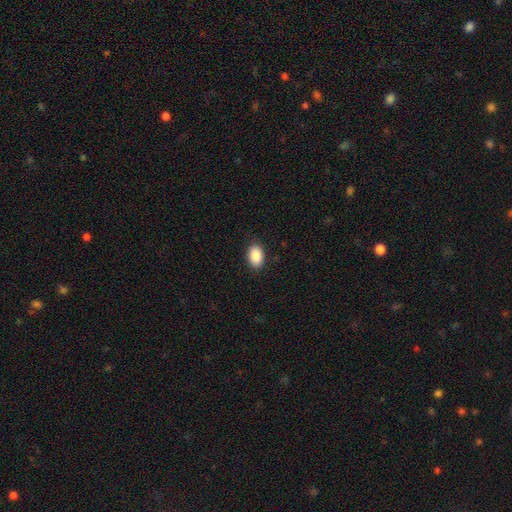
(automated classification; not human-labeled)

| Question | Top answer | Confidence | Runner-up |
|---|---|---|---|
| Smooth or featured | smooth | 90% | star or artifact (7%) |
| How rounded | in between | 90% | round (8%) |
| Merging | none | 88% | minor disturbance (9%) |